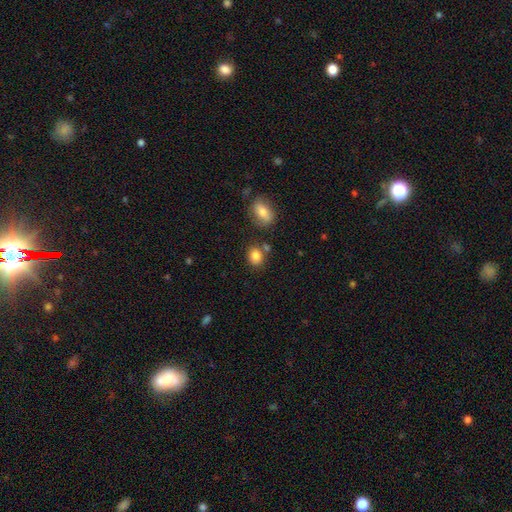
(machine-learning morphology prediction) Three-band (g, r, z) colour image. It shows a smooth galaxy with no disk features (84%) that is round (50%). Merging: none (72%).